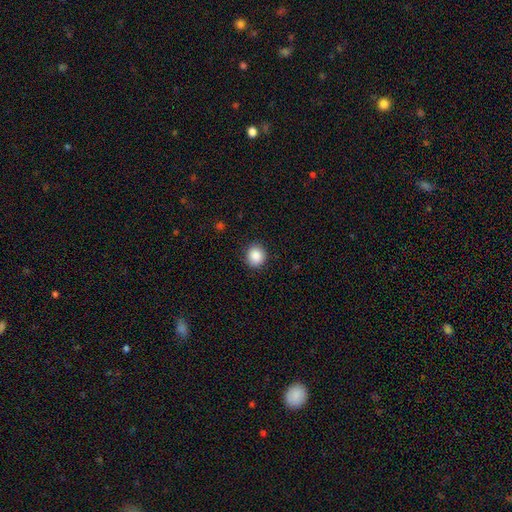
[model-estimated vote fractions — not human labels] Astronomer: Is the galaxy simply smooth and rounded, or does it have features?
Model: smooth — 88%.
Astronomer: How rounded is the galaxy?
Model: round — 84%.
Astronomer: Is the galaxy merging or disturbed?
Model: none — 89%.